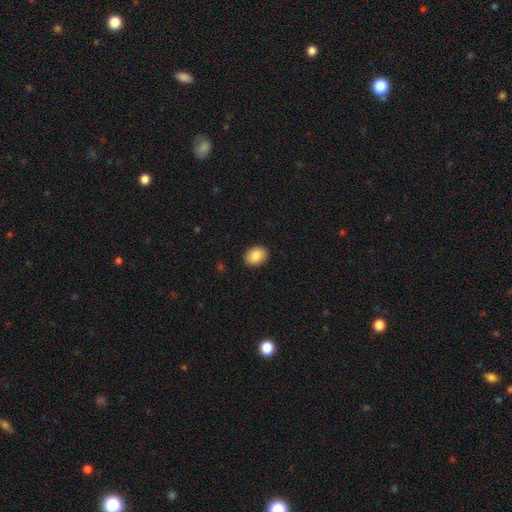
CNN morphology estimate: Smooth or featured? smooth (88%)
How rounded? in between (63%)
Merging? none (90%)